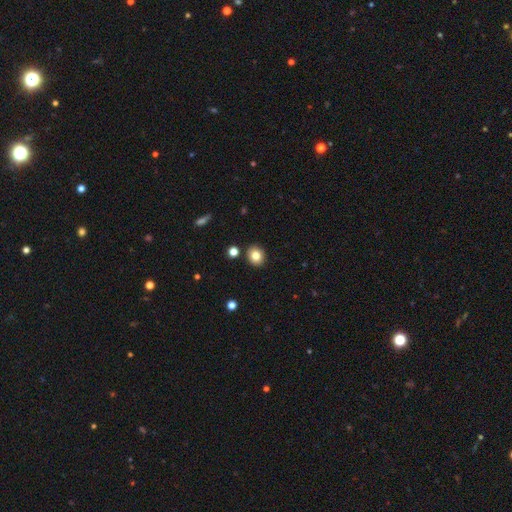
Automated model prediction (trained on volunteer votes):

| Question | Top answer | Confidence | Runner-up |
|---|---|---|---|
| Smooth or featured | smooth | 81% | star or artifact (11%) |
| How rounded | round | 70% | in between (29%) |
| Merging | none | 88% | minor disturbance (7%) |